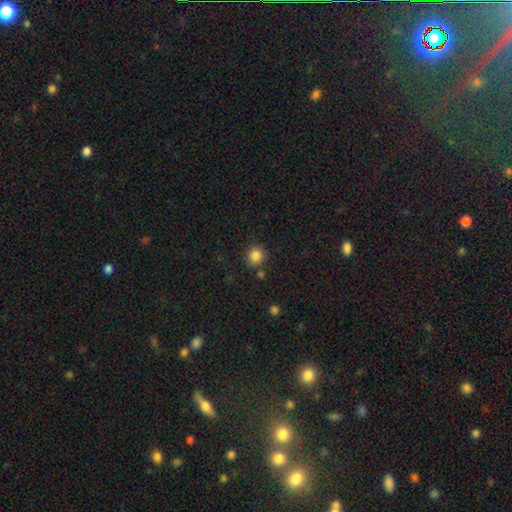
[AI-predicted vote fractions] smooth 85%, star or artifact 11%, featured or disk 4%. Down the decision tree: how rounded — round (89%); merging — none (84%).